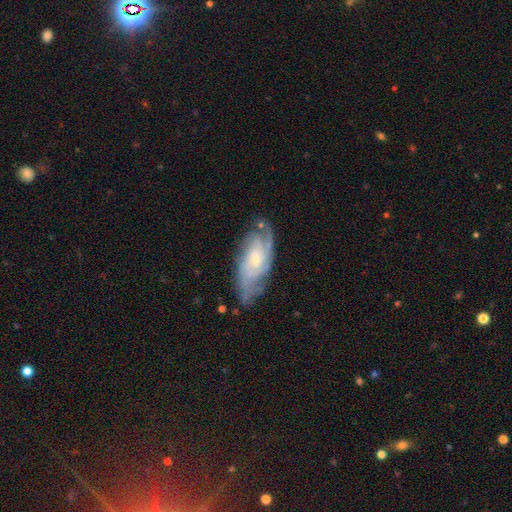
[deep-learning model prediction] Smooth or featured: featured or disk — 82% (smooth — 11%)
Edge-on disk: no — 92% (yes — 8%)
Bar: no — 65% (weak — 29%)
Spiral arms: yes — 96% (no — 4%)
Spiral winding: tight — 55% (medium — 37%)
Spiral arm count: 2 — 32% (can't tell — 27%)
Bulge size: small — 51% (moderate — 41%)
Merging: none — 75% (minor disturbance — 18%)